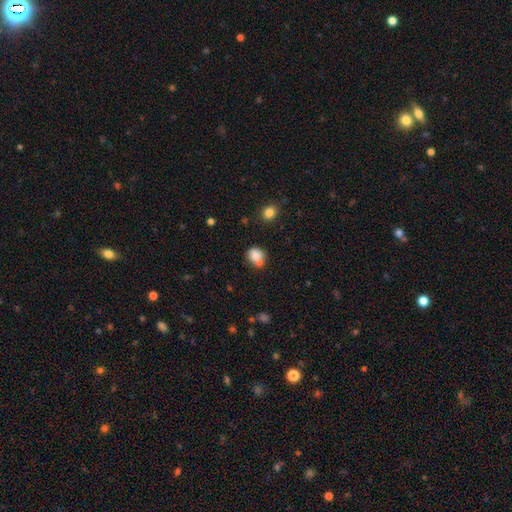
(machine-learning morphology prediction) type=smooth (80%); roundness=round (57%); merging=none (46%).